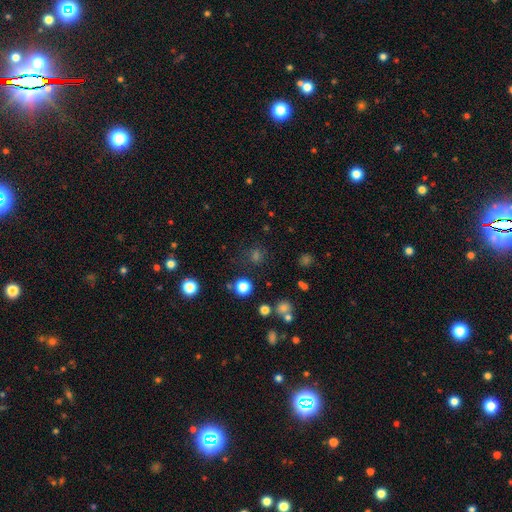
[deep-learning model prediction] Smooth or featured: smooth — 56% (star or artifact — 38%)
How rounded: round — 85% (in between — 14%)
Merging: none — 80% (minor disturbance — 10%)